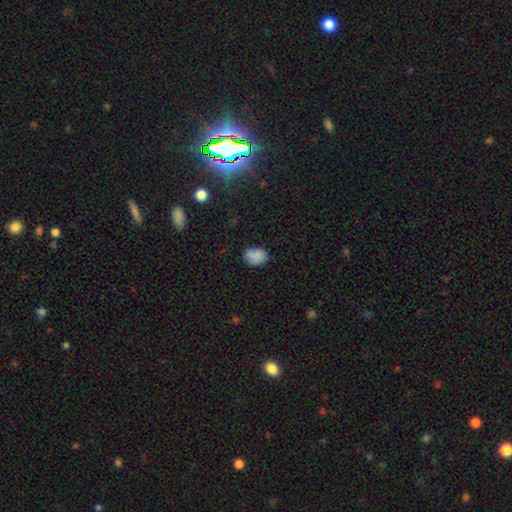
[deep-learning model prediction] Smooth or featured? Predicted: smooth (p=0.80). How rounded? Predicted: in between (p=0.61). Merging? Predicted: none (p=0.61).